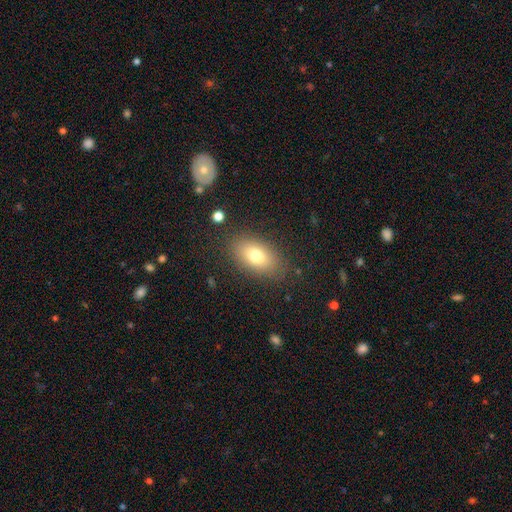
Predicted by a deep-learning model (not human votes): Overall: smooth (76%). How rounded: in between (89%). Merging: none (84%).